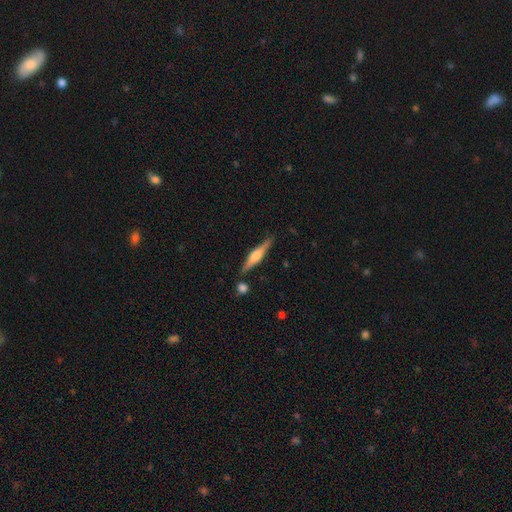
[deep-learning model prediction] Smooth or featured: featured or disk — 62% (smooth — 32%)
Edge-on disk: yes — 97% (no — 3%)
Edge-on bulge: rounded — 77% (boxy — 17%)
Merging: none — 81% (minor disturbance — 11%)